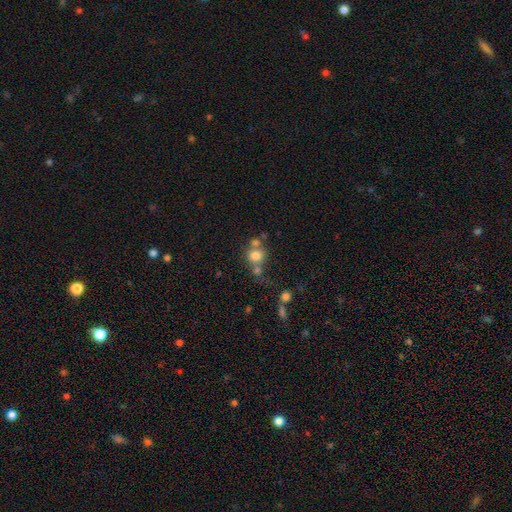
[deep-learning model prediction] This is likely a smooth galaxy (74%). How rounded: clearly round (81%). Merging: possibly none (49%).